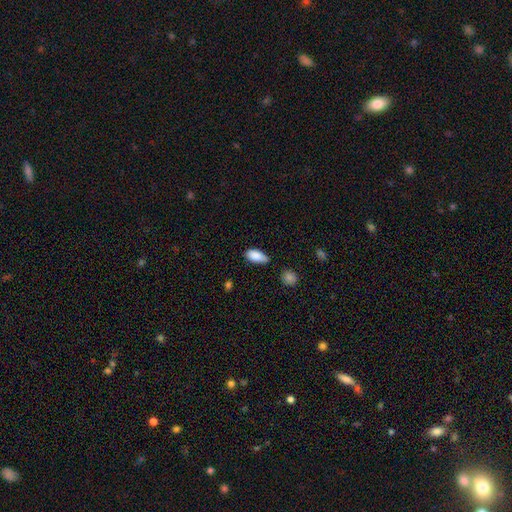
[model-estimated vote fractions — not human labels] Q: Smooth or featured?
A: smooth (87%); runner-up: star or artifact (8%)
Q: How rounded?
A: in between (90%); runner-up: cigar-shaped (7%)
Q: Merging?
A: none (57%); runner-up: minor disturbance (34%)